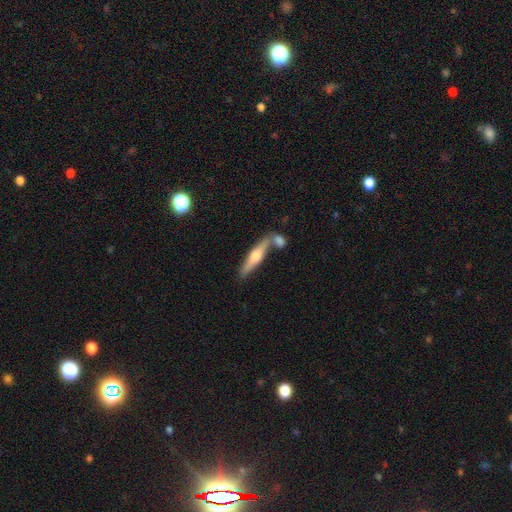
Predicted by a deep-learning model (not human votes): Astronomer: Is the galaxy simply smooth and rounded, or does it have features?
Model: featured or disk — 56% (runner-up: smooth, 39%).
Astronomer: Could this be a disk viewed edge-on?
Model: yes — 94%.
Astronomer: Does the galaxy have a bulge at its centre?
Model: rounded — 90%.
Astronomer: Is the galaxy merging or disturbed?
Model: none — 65%.